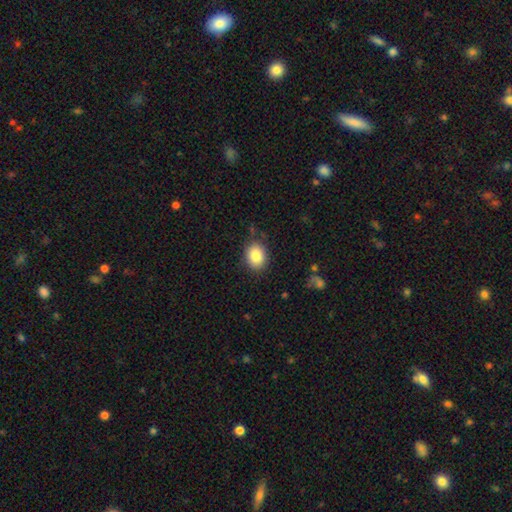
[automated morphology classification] type=smooth (84%); roundness=in between (55%); merging=none (82%).